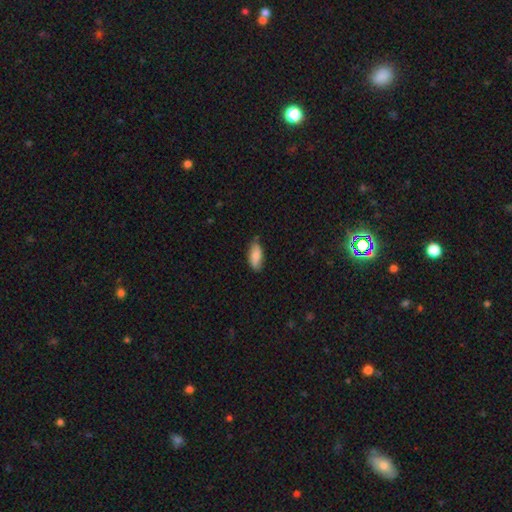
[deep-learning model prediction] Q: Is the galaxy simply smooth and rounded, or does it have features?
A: smooth — 83%.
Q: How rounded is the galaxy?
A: in between — 85%.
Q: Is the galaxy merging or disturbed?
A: none — 73%.